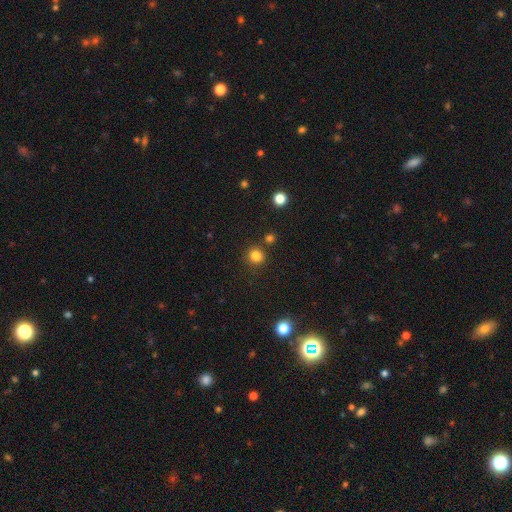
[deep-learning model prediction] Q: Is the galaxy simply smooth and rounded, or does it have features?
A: smooth — 82%.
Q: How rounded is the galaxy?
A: round — 87%.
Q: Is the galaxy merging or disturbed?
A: none — 82%.